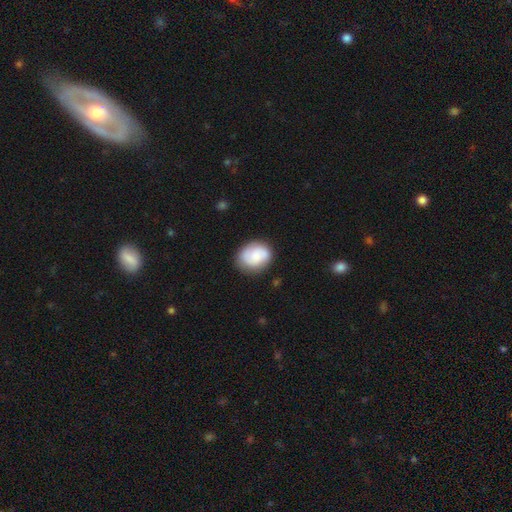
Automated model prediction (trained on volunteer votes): This appears to be a smooth galaxy with no disk features (65%) that is round (56%). Merging: none (76%).